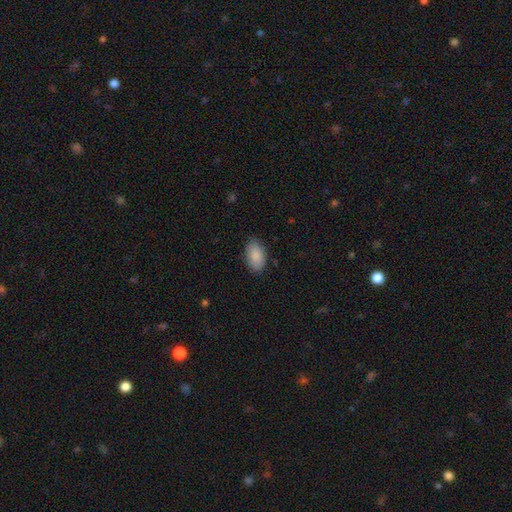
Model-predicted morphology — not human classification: Overall: smooth (88%). How rounded: in between (93%). Merging: none (82%).